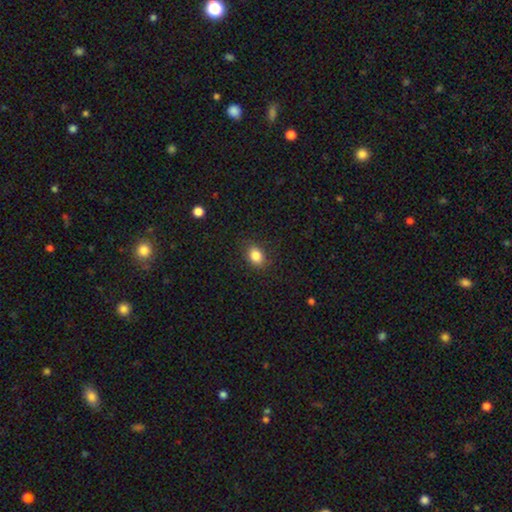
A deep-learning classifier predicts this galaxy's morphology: A smooth galaxy with no disk features (85%) that is in between round and cigar-shaped (71%). Merging: none (84%).